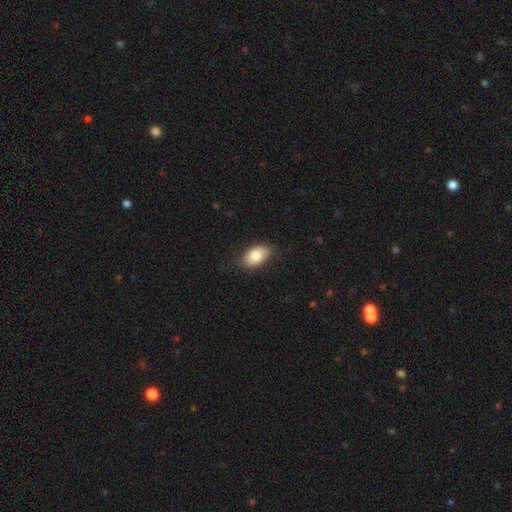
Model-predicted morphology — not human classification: A smooth galaxy with no disk features (81%) that is in between round and cigar-shaped (91%).

Vote fractions:
- Smooth or featured? smooth: 81% / featured or disk: 13% / star or artifact: 7%
- How rounded? in between: 91% / round: 7% / cigar-shaped: 2%
- Merging? none: 81% / minor disturbance: 14% / major disturbance: 3% / merger: 1%